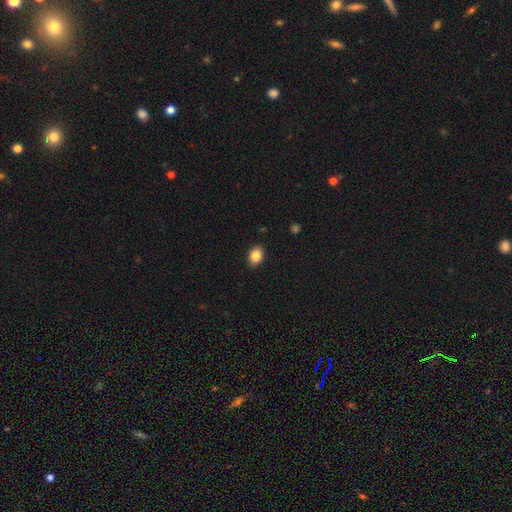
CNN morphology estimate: A smooth galaxy with no disk features (85%) that is in between round and cigar-shaped (69%).

Vote fractions:
- Smooth or featured? smooth: 85% / star or artifact: 9% / featured or disk: 6%
- How rounded? in between: 69% / round: 30% / cigar-shaped: 1%
- Merging? none: 89% / minor disturbance: 8% / major disturbance: 2% / merger: 1%